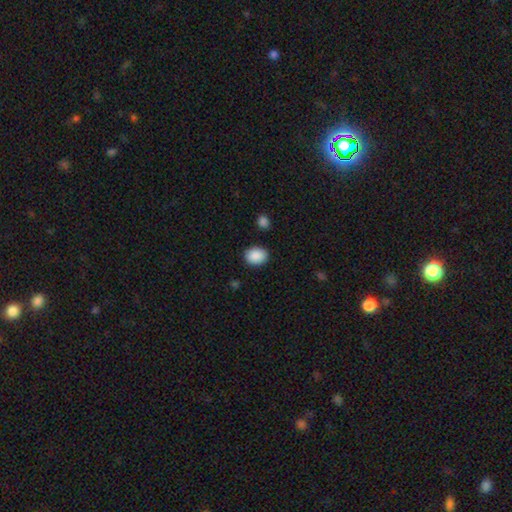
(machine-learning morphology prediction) Overall: smooth (90%). How rounded: in between (60%; round 39%). Merging: none (86%).